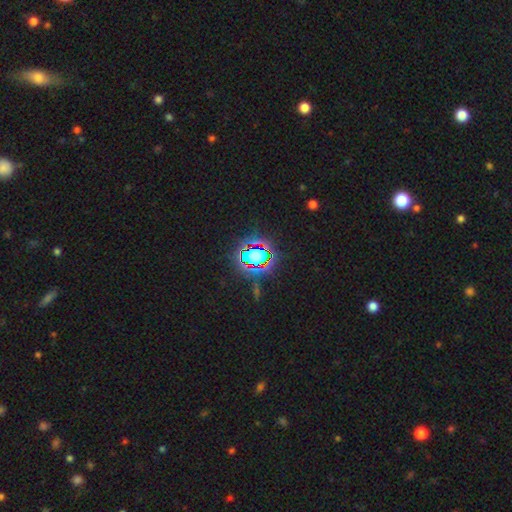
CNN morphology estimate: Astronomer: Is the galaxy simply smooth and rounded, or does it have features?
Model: star or artifact — 69%.